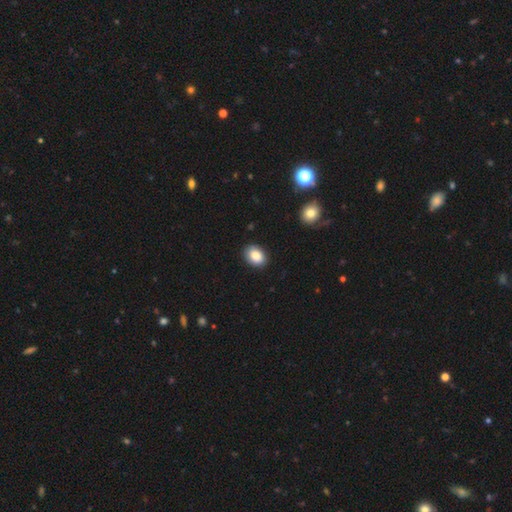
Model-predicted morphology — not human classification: Smooth or featured: smooth — 85% (star or artifact — 8%)
How rounded: in between — 69% (round — 30%)
Merging: none — 89% (minor disturbance — 8%)